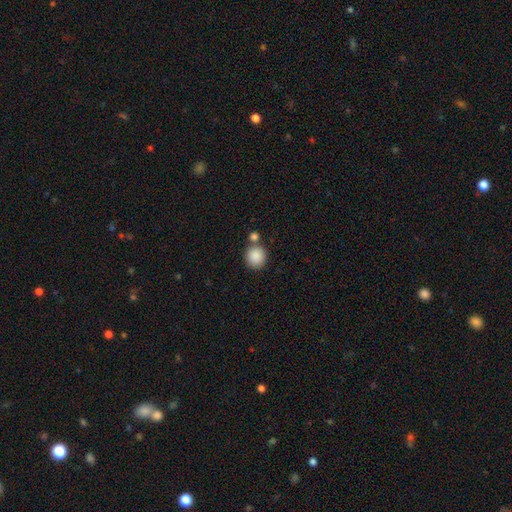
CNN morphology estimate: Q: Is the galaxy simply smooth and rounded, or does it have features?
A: smooth — 88%.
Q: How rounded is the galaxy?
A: round — 90%.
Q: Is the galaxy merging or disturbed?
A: none — 67%.